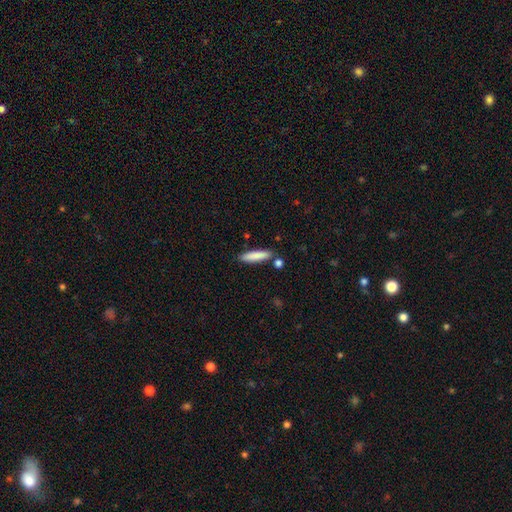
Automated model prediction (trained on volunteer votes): Smooth or featured: smooth — 83% (featured or disk — 11%)
How rounded: cigar-shaped — 80% (in between — 18%)
Merging: none — 83% (minor disturbance — 10%)